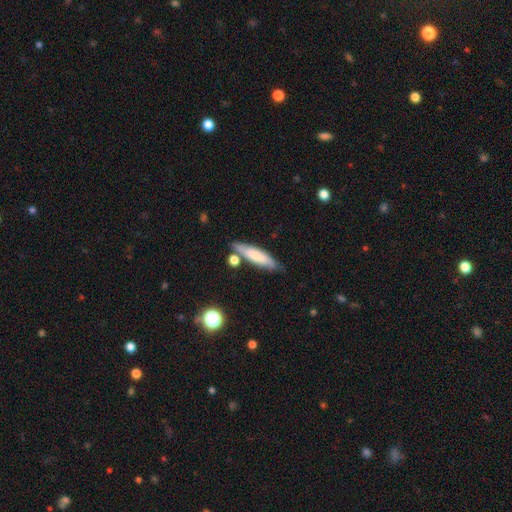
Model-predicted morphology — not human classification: Smooth or featured? smooth (72%)
How rounded? cigar-shaped (70%)
Merging? none (70%)